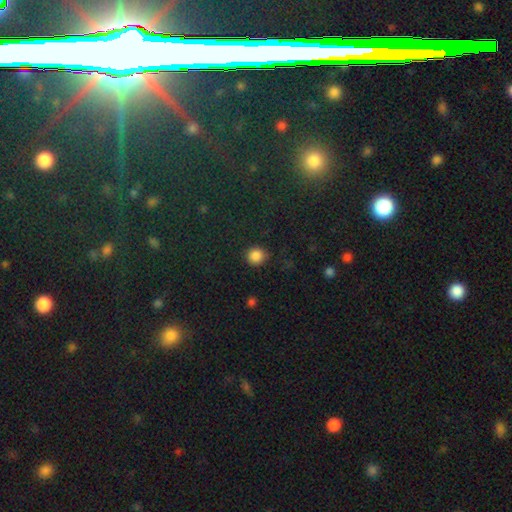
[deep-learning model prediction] This appears to be a smooth galaxy with no disk features (86%) that is round (92%). Merging: none (88%).